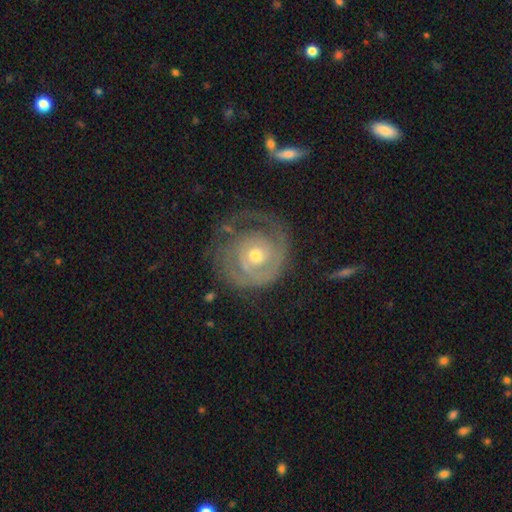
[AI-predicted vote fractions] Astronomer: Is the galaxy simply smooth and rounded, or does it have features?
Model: featured or disk — 80%.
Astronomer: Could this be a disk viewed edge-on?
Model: no — 97%.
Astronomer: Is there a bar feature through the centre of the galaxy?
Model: no — 78%.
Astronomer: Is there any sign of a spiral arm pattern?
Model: yes — 88%.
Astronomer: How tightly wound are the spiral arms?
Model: tight — 71%.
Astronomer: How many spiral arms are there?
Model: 1 — 34% (runner-up: 2, 26%).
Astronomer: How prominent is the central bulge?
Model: moderate — 58% (runner-up: small, 37%).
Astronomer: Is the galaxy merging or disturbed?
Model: none — 59%.